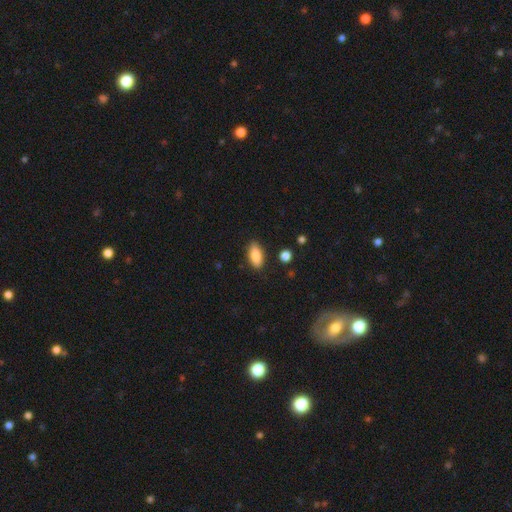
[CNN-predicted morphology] This is clearly a smooth galaxy (85%). How rounded: clearly in between (87%). Merging: clearly none (86%).